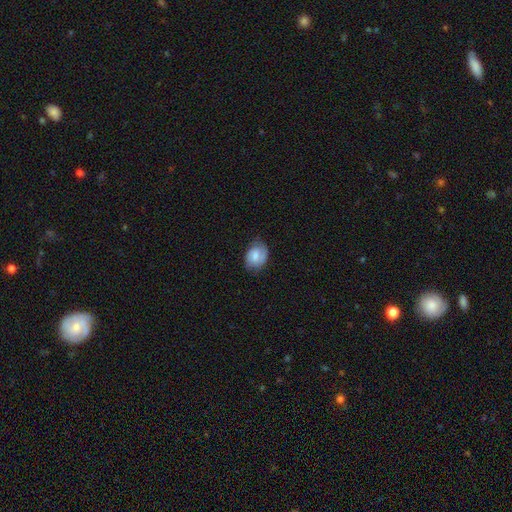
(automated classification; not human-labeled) This is possibly a smooth galaxy (50%). Merging: likely none (69%).